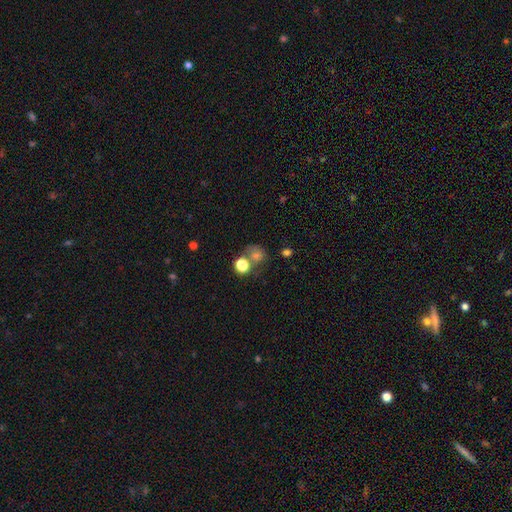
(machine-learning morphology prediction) This appears to be a smooth galaxy with no disk features (64%) that is round (80%). Merging: none (51%).